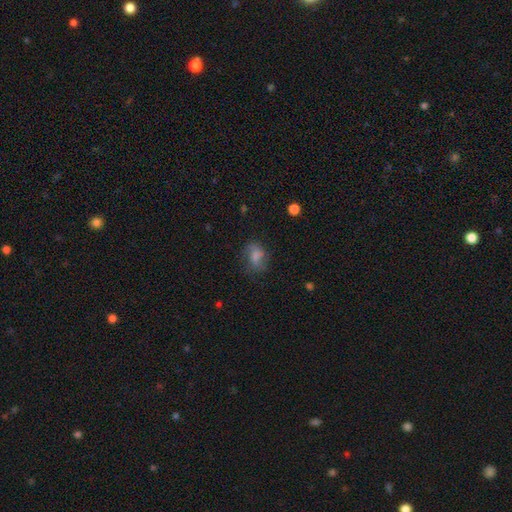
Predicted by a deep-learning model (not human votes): smooth_or_featured: smooth (p=0.62) [alt: featured or disk p=0.27]
how_rounded: in between (p=0.66) [alt: round p=0.32]
merging: none (p=0.60) [alt: minor disturbance p=0.24]